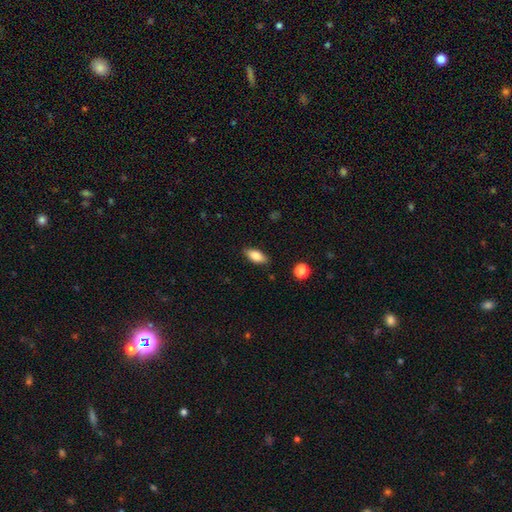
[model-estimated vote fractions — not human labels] smooth-or-featured: smooth: 79% | featured or disk: 14% | star or artifact: 7%
  how-rounded: in between: 83% | cigar-shaped: 13% | round: 3%
  merging: none: 86% | minor disturbance: 10% | major disturbance: 2% | merger: 1%